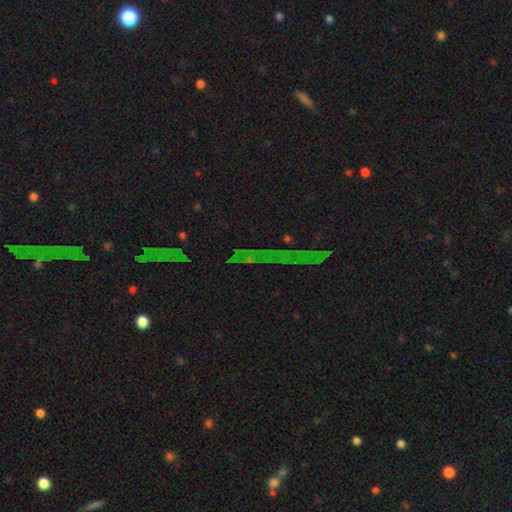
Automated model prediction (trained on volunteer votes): A star or artifact, not a galaxy (73%).